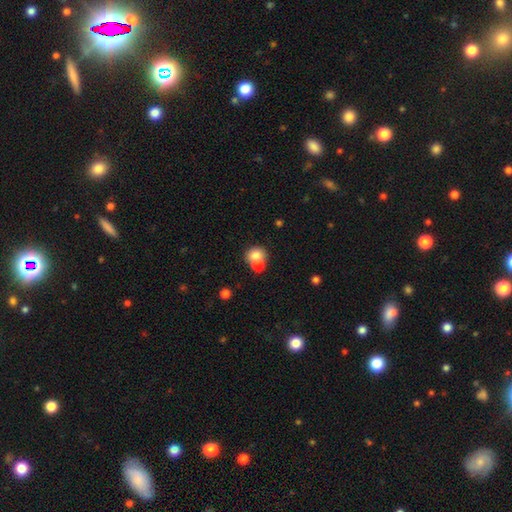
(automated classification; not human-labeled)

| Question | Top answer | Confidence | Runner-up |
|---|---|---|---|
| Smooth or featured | smooth | 74% | featured or disk (16%) |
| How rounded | round | 72% | in between (27%) |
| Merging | merger | 58% | none (33%) |